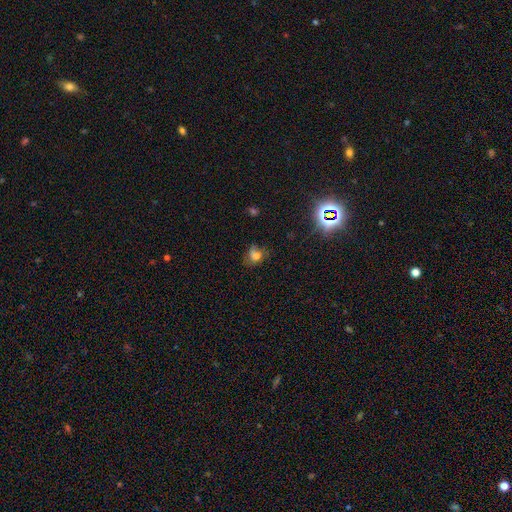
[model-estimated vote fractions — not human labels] Smooth or featured: smooth — 58% (star or artifact — 23%)
How rounded: in between — 49% (tied with round — 49%)
Merging: none — 48% (minor disturbance — 27%)